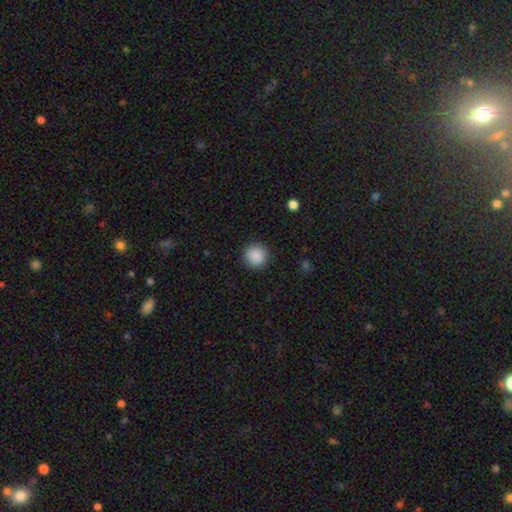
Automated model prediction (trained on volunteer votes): smooth_or_featured: smooth (p=0.89) [alt: star or artifact p=0.08]
how_rounded: round (p=0.95) [alt: in between p=0.04]
merging: none (p=0.91) [alt: minor disturbance p=0.06]